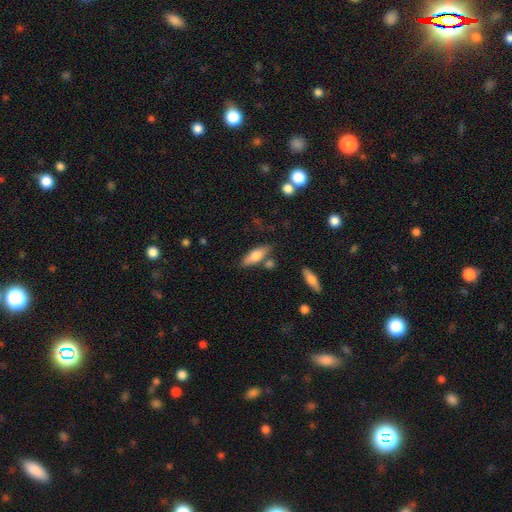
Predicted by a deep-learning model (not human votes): smooth-or-featured: smooth: 61% | featured or disk: 32% | star or artifact: 7%
  how-rounded: in between: 57% | cigar-shaped: 40% | round: 3%
  merging: none: 72% | minor disturbance: 15% | merger: 9% | major disturbance: 4%